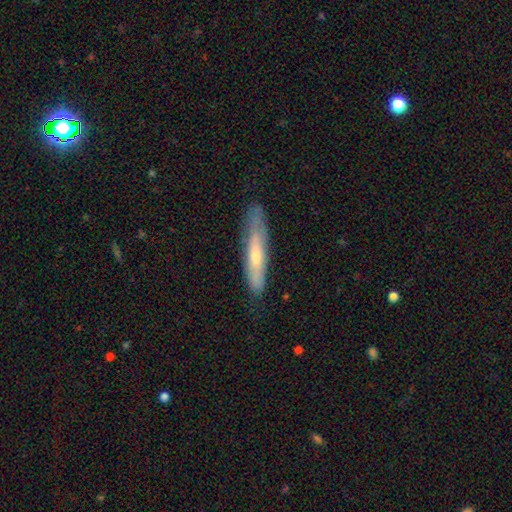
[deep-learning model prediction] This appears to be a smooth galaxy with no disk features (49%). Merging: none (78%).